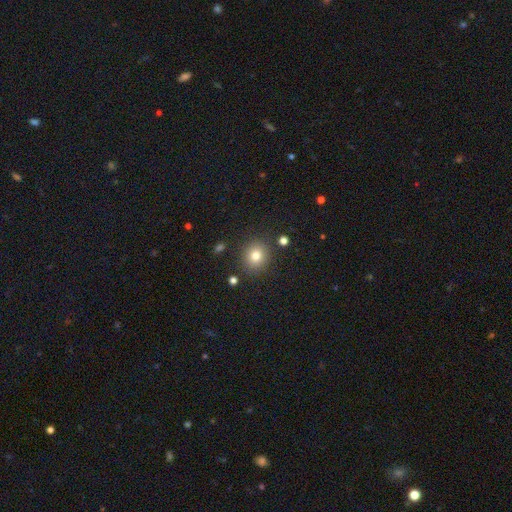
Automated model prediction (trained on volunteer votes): Q: Smooth or featured?
A: smooth (78%); runner-up: star or artifact (13%)
Q: How rounded?
A: round (82%); runner-up: in between (17%)
Q: Merging?
A: none (86%); runner-up: minor disturbance (8%)